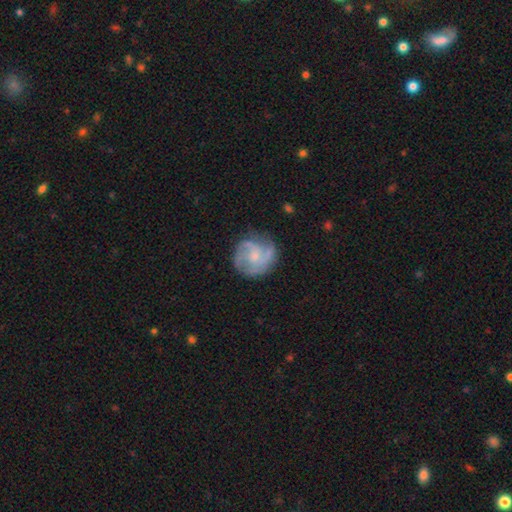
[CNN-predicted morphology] Smooth or featured?
  - featured or disk: 75% *
  - smooth: 19%
  - star or artifact: 6%
Edge-on disk?
  - no: 98% *
  - yes: 2%
Bar?
  - no: 70% *
  - weak: 27%
  - strong: 4%
Spiral arms?
  - yes: 90% *
  - no: 10%
Spiral winding?
  - medium: 46% *
  - tight: 36%
  - loose: 19%
Spiral arm count?
  - 3: 40% *
  - 2: 22%
  - can't tell: 20%
  - 4: 8%
  - 1: 5%
  - more than 4: 5%
Bulge size?
  - small: 54% *
  - moderate: 33%
  - none: 9%
  - large: 2%
  - dominant: 1%
Merging?
  - none: 67% *
  - minor disturbance: 21%
  - major disturbance: 11%
  - merger: 2%